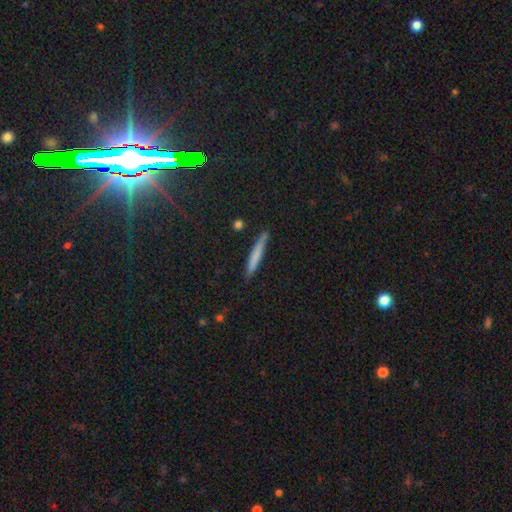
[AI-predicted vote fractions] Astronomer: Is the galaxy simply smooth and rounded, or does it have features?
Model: smooth — 69%.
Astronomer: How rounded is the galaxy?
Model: cigar-shaped — 95%.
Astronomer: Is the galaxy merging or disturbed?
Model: none — 87%.